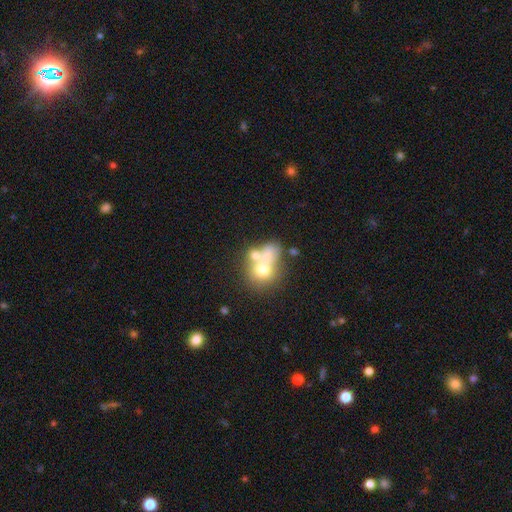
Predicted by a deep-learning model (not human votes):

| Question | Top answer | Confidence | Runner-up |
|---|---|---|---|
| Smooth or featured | smooth | 56% | featured or disk (30%) |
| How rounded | round | 64% | in between (34%) |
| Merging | merger | 57% | none (27%) |